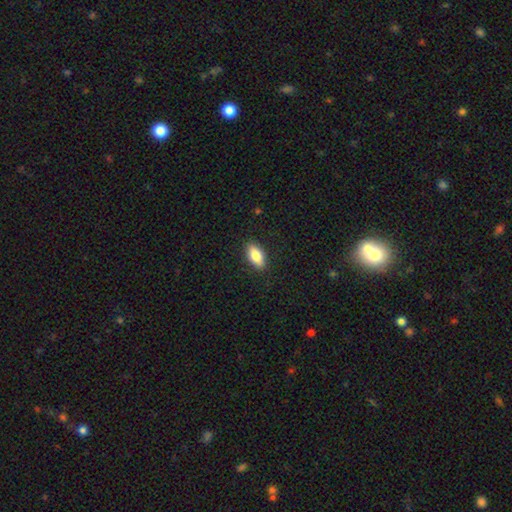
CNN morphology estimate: This is clearly a smooth galaxy (82%). How rounded: clearly in between (86%). Merging: clearly none (88%).